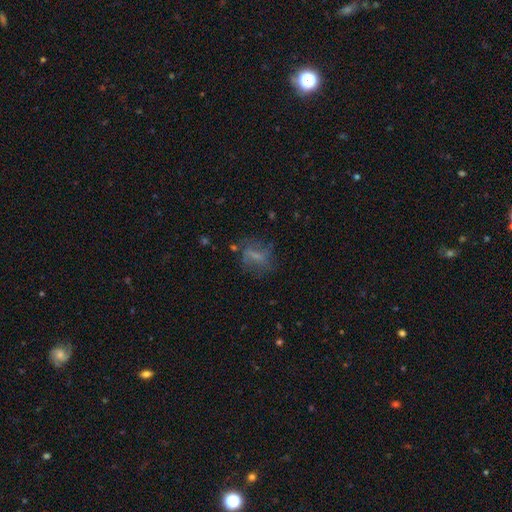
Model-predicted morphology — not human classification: Overall: smooth (48%; featured or disk 37%). Merging: none (58%; minor disturbance 20%).